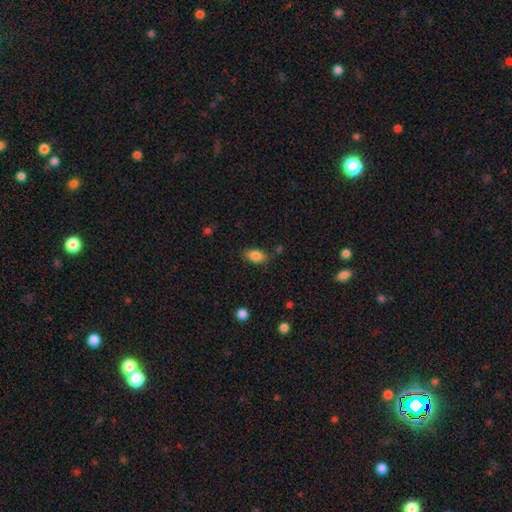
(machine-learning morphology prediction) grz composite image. It shows a smooth galaxy with no disk features (85%) that is in between round and cigar-shaped (89%). Merging: none (80%).